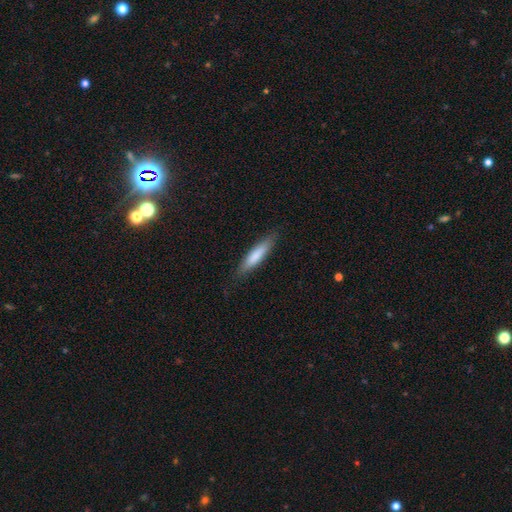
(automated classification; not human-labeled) This appears to be a smooth galaxy with no disk features (77%) that is cigar-shaped (83%). Merging: none (84%).